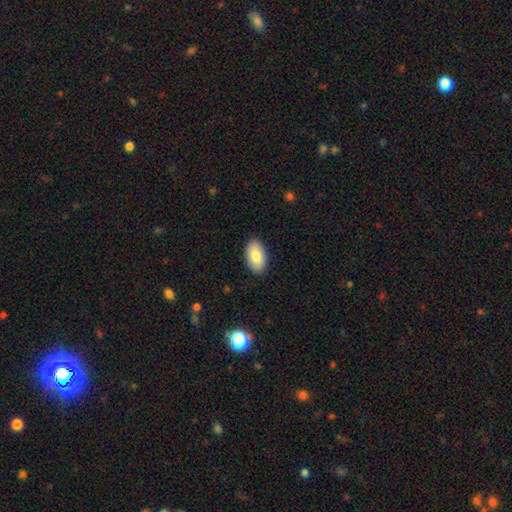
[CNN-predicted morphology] Smooth or featured? smooth (80%)
How rounded? in between (95%)
Merging? none (89%)